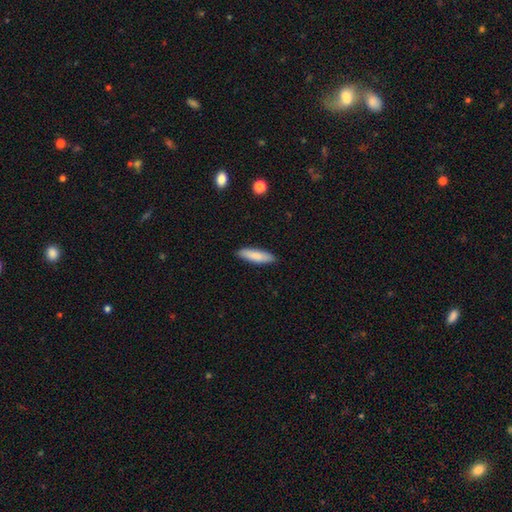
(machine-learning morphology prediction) smooth 85%, featured or disk 10%, star or artifact 6%. Down the decision tree: how rounded — cigar-shaped (66%); merging — none (89%).